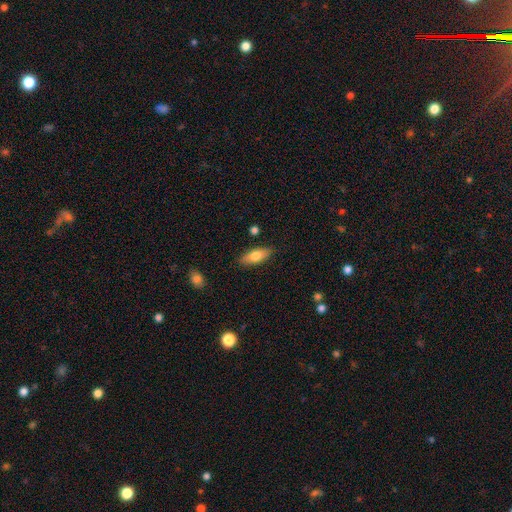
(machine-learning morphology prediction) Overall: smooth (72%). How rounded: in between (73%). Merging: none (85%).